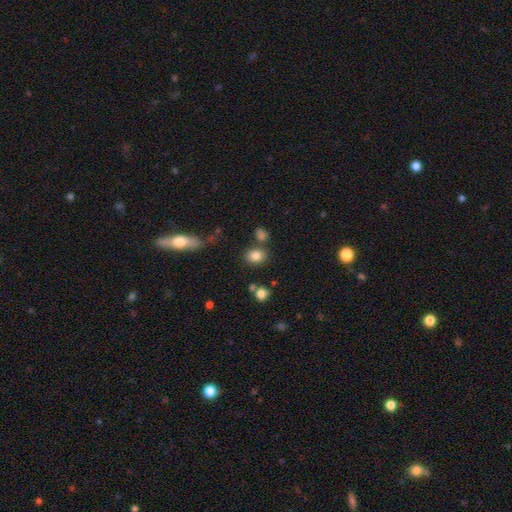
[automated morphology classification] Q: Smooth or featured?
A: smooth (82%); runner-up: star or artifact (11%)
Q: How rounded?
A: round (53%); runner-up: in between (46%)
Q: Merging?
A: none (73%); runner-up: merger (12%)